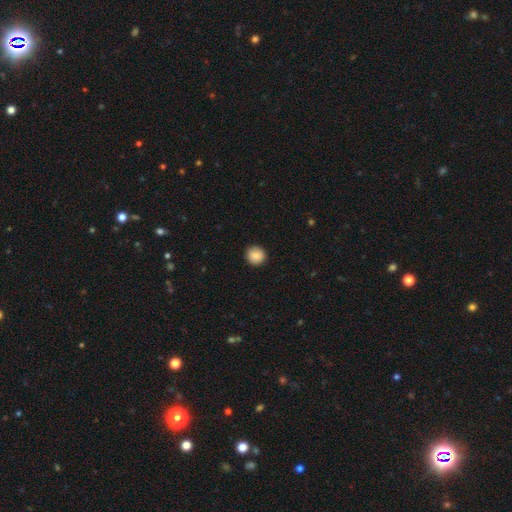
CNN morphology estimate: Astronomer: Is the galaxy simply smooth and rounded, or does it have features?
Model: smooth — 88%.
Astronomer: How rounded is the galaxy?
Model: round — 93%.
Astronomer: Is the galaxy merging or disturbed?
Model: none — 91%.